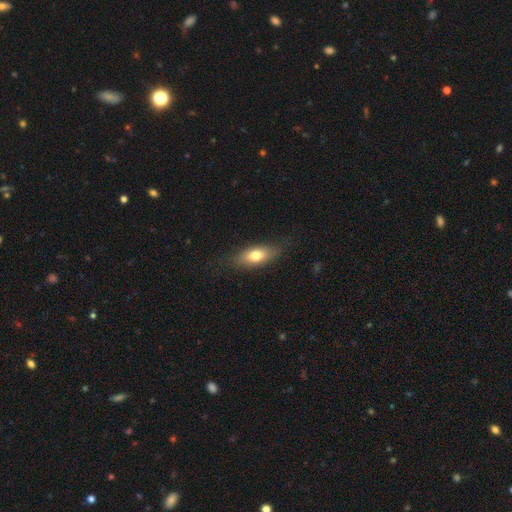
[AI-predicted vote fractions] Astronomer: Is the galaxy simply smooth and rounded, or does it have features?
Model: smooth — 72%.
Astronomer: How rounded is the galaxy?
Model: in between — 73%.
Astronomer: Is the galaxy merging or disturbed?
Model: none — 79%.